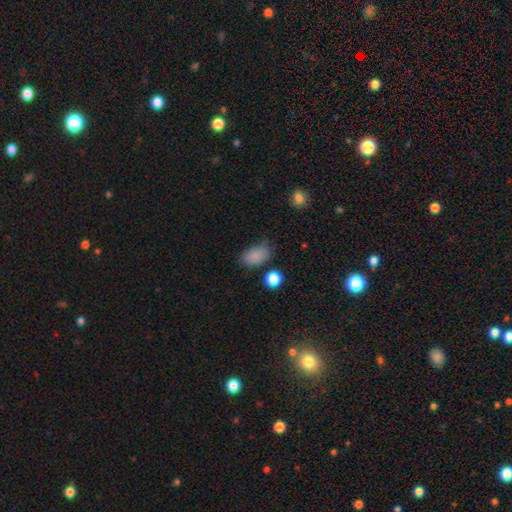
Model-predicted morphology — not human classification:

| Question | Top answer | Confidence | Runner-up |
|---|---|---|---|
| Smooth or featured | smooth | 84% | star or artifact (10%) |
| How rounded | in between | 87% | round (11%) |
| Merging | none | 66% | minor disturbance (24%) |